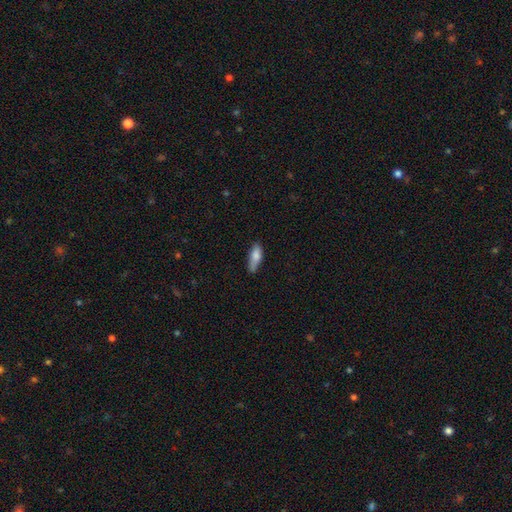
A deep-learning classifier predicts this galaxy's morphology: Overall: smooth (76%). How rounded: in between (59%; cigar-shaped 38%). Merging: none (60%; minor disturbance 30%).